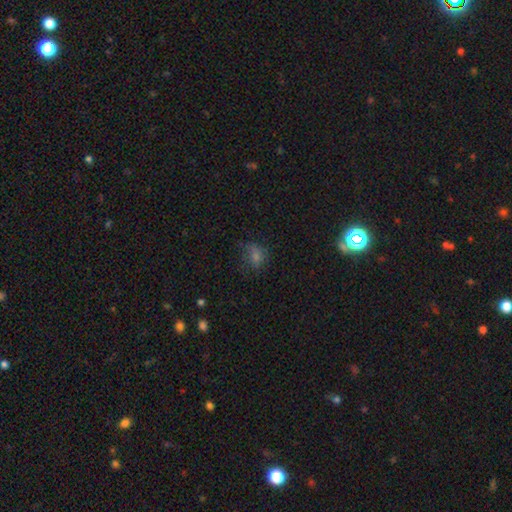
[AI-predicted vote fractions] A smooth galaxy with no disk features (49%). Merging: none (59%).